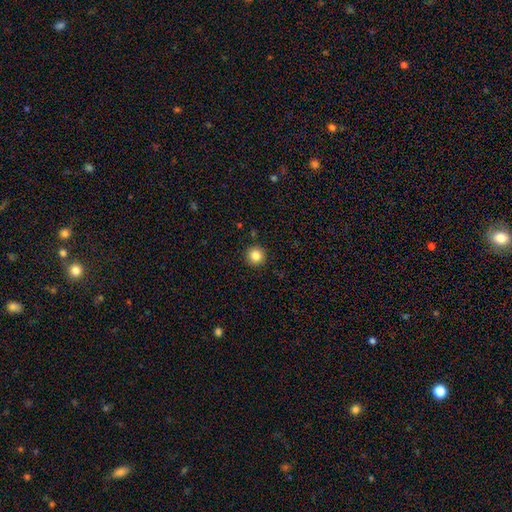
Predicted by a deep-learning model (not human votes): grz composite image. It shows a smooth galaxy with no disk features (84%) that is round (96%). Merging: none (92%).